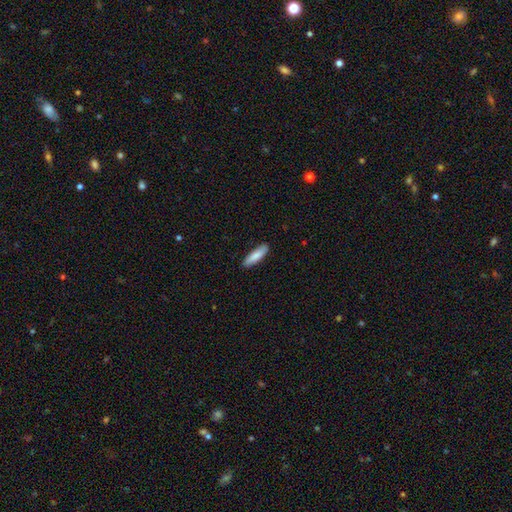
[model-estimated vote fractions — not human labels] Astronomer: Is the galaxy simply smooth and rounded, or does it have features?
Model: smooth — 84%.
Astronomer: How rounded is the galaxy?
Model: cigar-shaped — 64%.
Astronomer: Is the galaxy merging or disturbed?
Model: none — 89%.